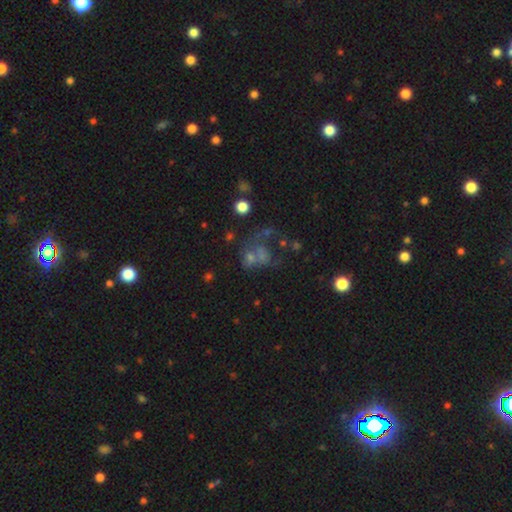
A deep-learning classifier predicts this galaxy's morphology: Overall: smooth (42%; featured or disk 33%). Merging: major disturbance (32%; merger 31%).